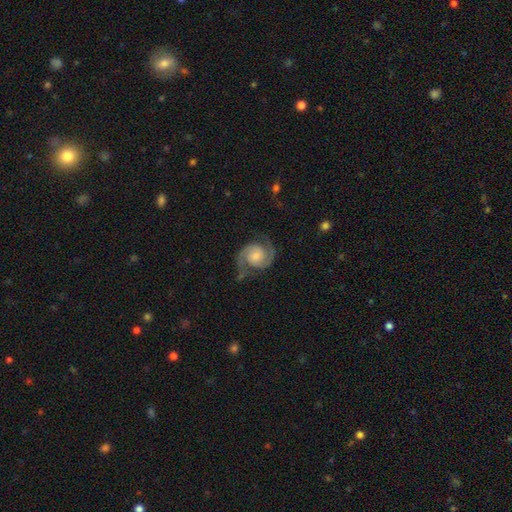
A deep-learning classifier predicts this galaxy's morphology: type=featured or disk (90%); edge-on=no (98%); bar=no (68%); spiral arms=yes (98%); winding=medium (54%); arm count=2 (94%); bulge=small (39%); merging=none (76%).